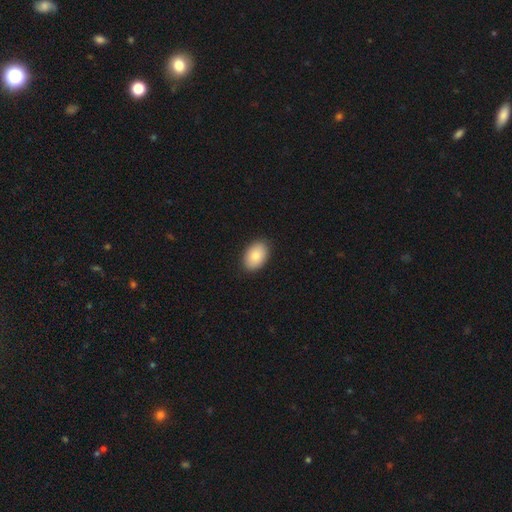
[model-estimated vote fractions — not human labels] Overall: smooth (84%). How rounded: in between (87%). Merging: none (89%).